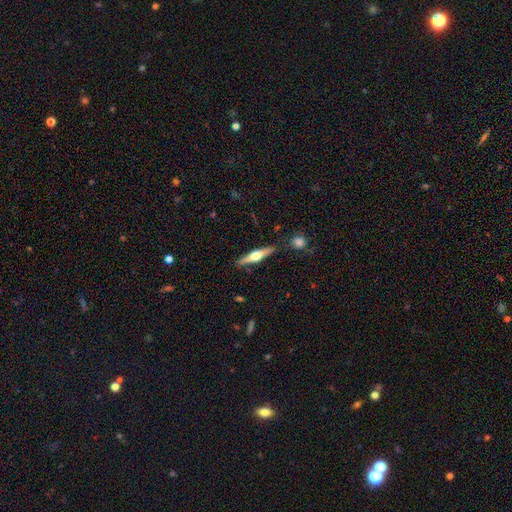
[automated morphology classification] Smooth or featured: featured or disk — 62% (smooth — 33%)
Edge-on disk: yes — 96% (no — 4%)
Edge-on bulge: rounded — 94% (boxy — 3%)
Merging: none — 87% (minor disturbance — 9%)